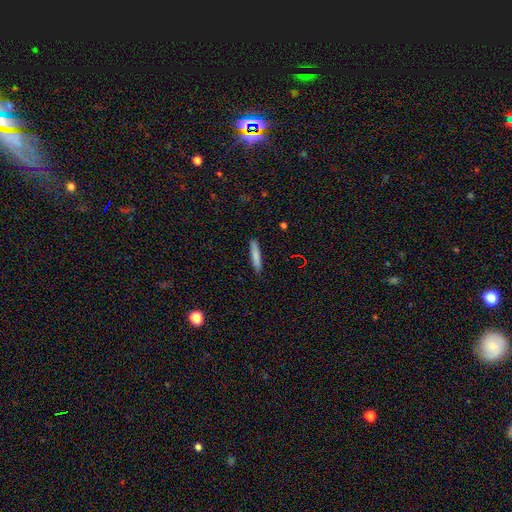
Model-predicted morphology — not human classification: A smooth galaxy with no disk features (81%) that is cigar-shaped (91%). Merging: none (89%).